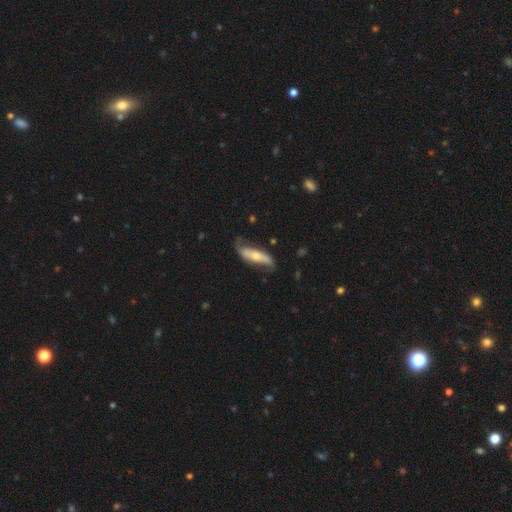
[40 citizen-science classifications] Q: Smooth or featured?
A: featured or disk (68%); runner-up: smooth (28%)
Q: Edge-on disk?
A: no (59%); runner-up: yes (41%)
Q: Bar?
A: no (56%); runner-up: strong (31%)
Q: Spiral arms?
A: yes (88%); runner-up: no (12%)
Q: Spiral winding?
A: loose (57%); runner-up: tight (36%)
Q: Spiral arm count?
A: 2 (71%); runner-up: can't tell (29%)
Q: Bulge size?
A: moderate (69%); runner-up: small (31%)
Q: Merging?
A: none (71%); runner-up: minor disturbance (29%)